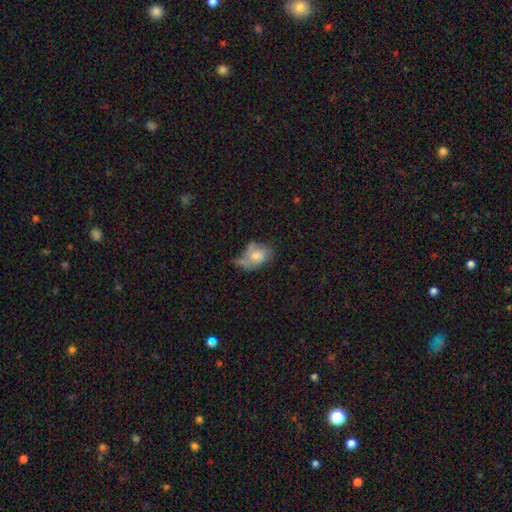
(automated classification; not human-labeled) smooth-or-featured: smooth: 56% | featured or disk: 35% | star or artifact: 10%
  how-rounded: in between: 78% | round: 20% | cigar-shaped: 2%
  merging: minor disturbance: 30% | none: 28% | major disturbance: 27% | merger: 15%